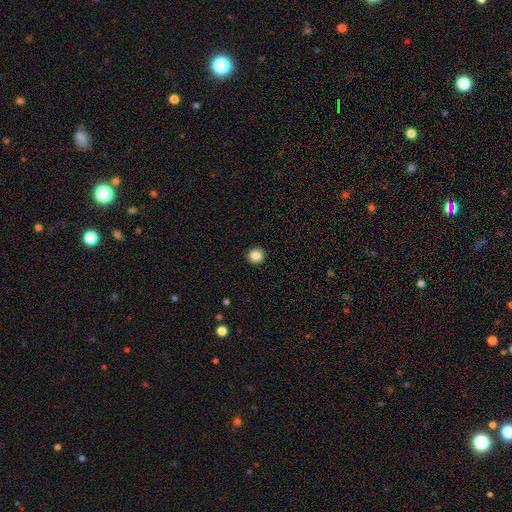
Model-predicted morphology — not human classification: smooth 86%, star or artifact 10%, featured or disk 4%. Down the decision tree: how rounded — round (95%); merging — none (94%).